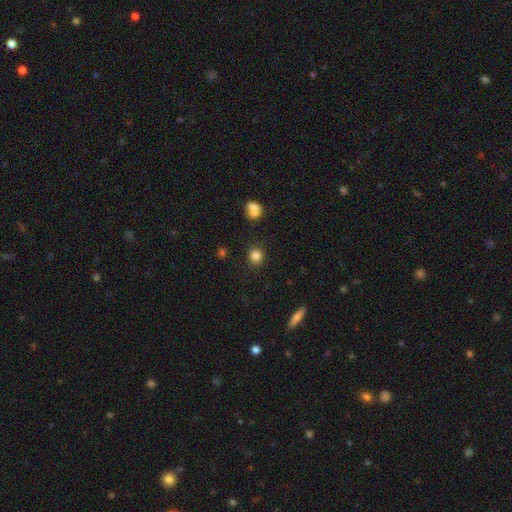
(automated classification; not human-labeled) smooth-or-featured: smooth: 82% | star or artifact: 12% | featured or disk: 6%
  how-rounded: round: 87% | in between: 12% | cigar-shaped: 1%
  merging: none: 87% | minor disturbance: 7% | merger: 3% | major disturbance: 2%